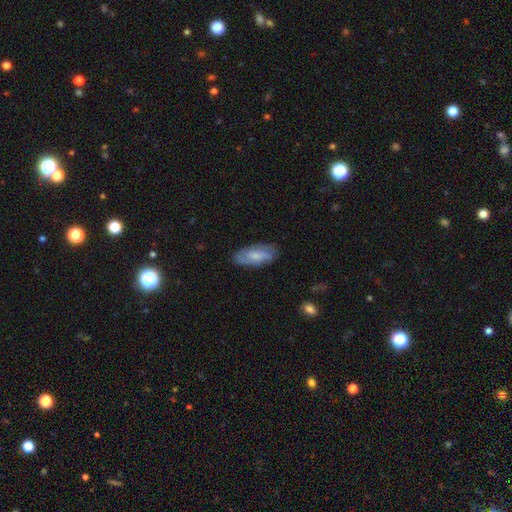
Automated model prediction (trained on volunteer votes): smooth 53%, featured or disk 40%, star or artifact 7%. Down the decision tree: how rounded — in between (83%); merging — none (78%).